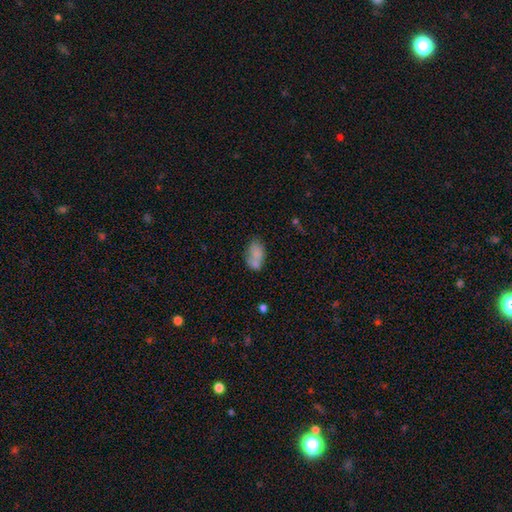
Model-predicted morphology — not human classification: A smooth galaxy with no disk features (74%) that is in between round and cigar-shaped (86%). Merging: none (40%).